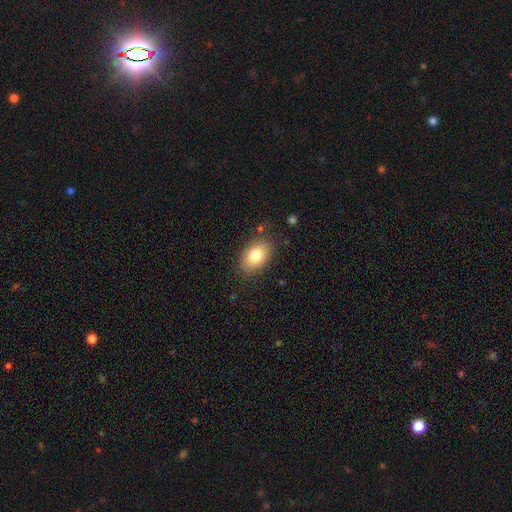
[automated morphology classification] type=smooth (81%); roundness=in between (86%); merging=none (83%).